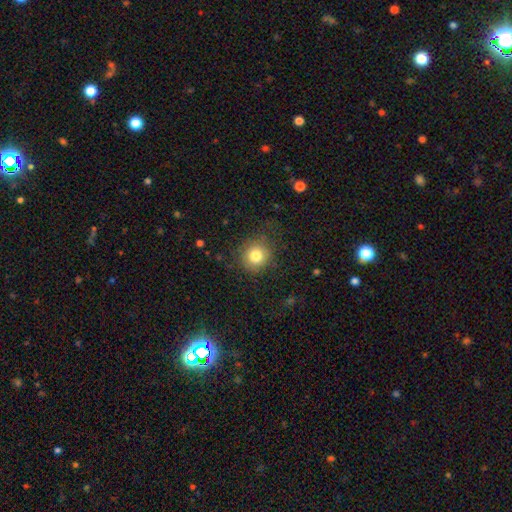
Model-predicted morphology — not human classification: Smooth or featured? smooth (80%)
How rounded? round (89%)
Merging? none (79%)